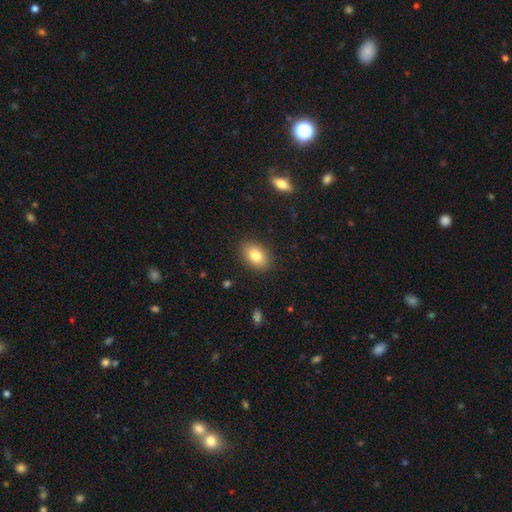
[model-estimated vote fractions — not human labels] The model was most divided on "how rounded": in between: 83%, round: 16%, cigar-shaped: 1%. More confident: merging — none (87%); smooth or featured — smooth (81%).